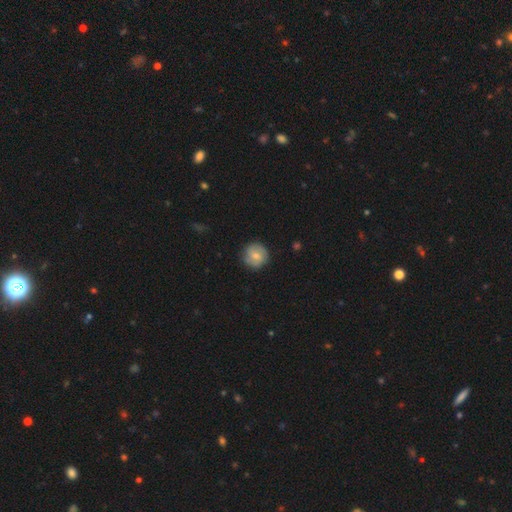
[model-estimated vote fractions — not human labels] Smooth or featured? Predicted: smooth (p=0.61). How rounded? Predicted: round (p=0.92). Merging? Predicted: none (p=0.83).